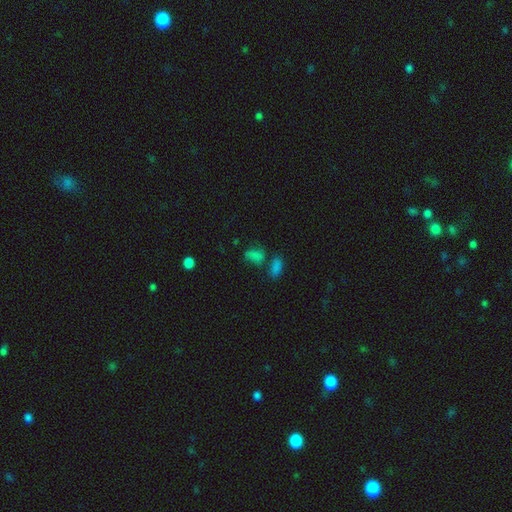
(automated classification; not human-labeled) This is likely a smooth galaxy (71%). How rounded: clearly in between (80%). Merging: marginally none (41%).